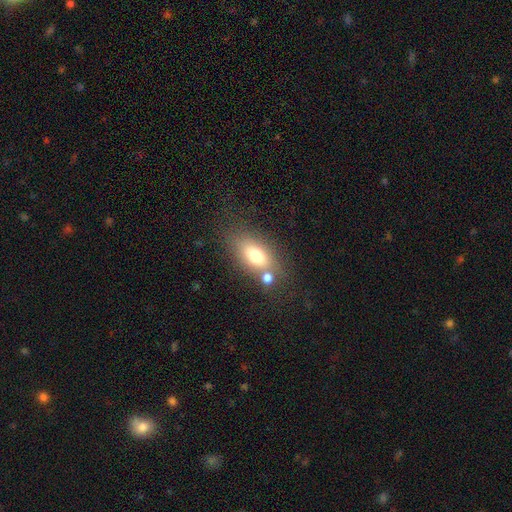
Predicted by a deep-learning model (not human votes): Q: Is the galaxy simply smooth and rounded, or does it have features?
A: smooth — 72%.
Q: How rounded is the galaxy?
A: in between — 82%.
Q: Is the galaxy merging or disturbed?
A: none — 57%.